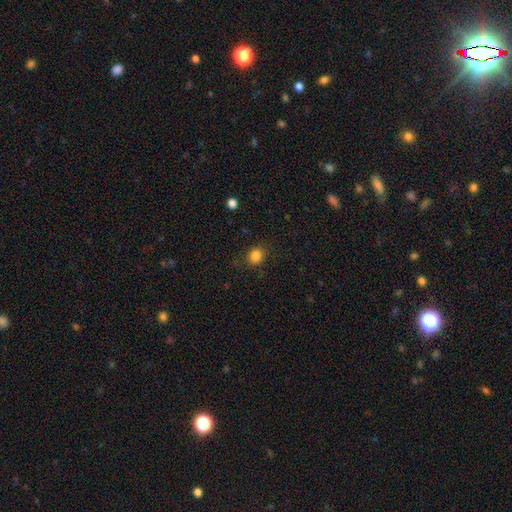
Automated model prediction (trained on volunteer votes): This appears to be a smooth galaxy with no disk features (84%) that is round (68%). Merging: none (83%).